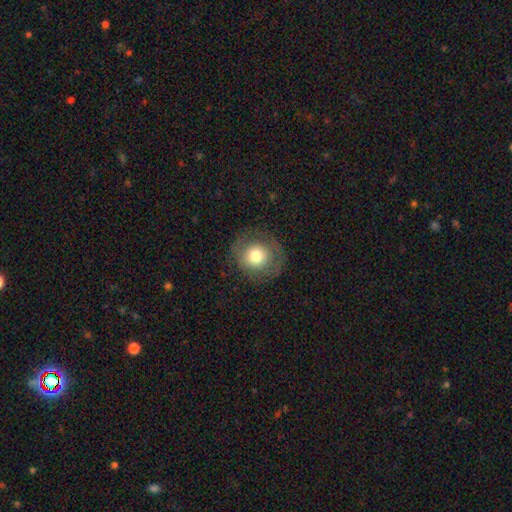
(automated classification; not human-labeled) Smooth or featured? smooth (69%)
How rounded? round (90%)
Merging? none (79%)